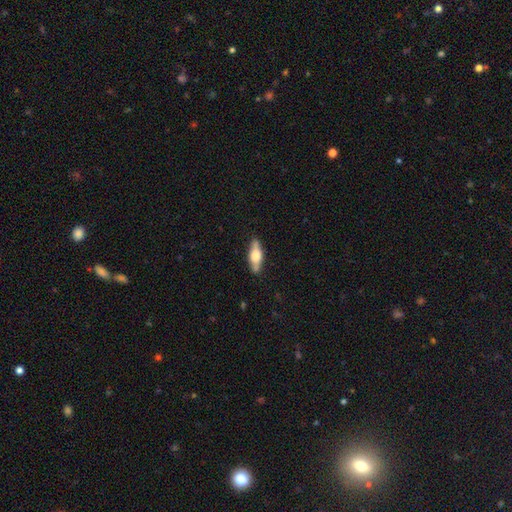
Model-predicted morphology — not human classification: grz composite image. It shows a featured or disk galaxy (49%). Merging: none (82%).